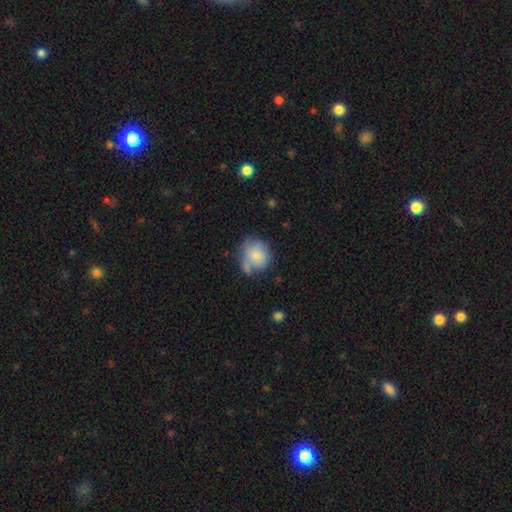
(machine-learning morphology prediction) Smooth or featured? smooth (81%)
How rounded? round (77%)
Merging? none (51%)